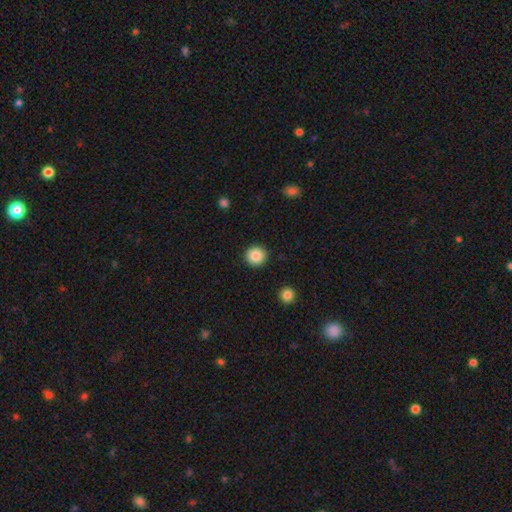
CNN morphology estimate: Smooth or featured: smooth — 88% (star or artifact — 9%)
How rounded: round — 94% (in between — 5%)
Merging: none — 92% (minor disturbance — 5%)